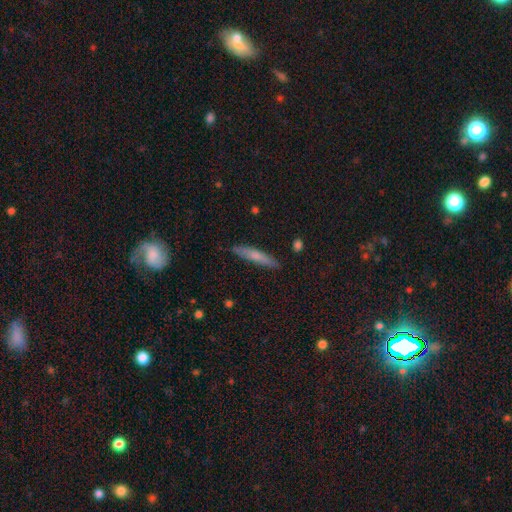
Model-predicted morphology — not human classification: A smooth galaxy with no disk features (62%) that is cigar-shaped (90%). Merging: none (87%).